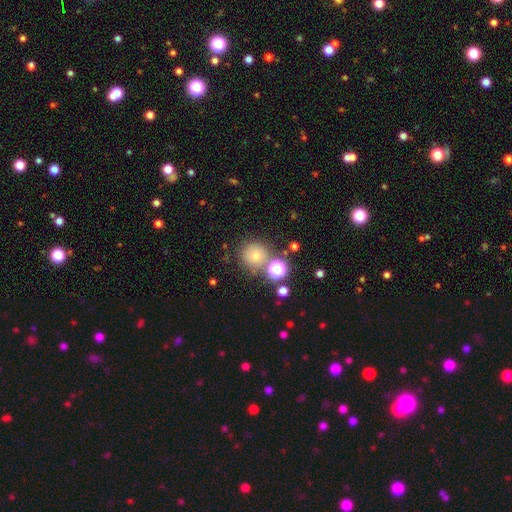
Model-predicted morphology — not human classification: The model was most divided on "smooth or featured": smooth: 53%, star or artifact: 32%, featured or disk: 15%. More confident: how rounded — round (92%); merging — none (75%).